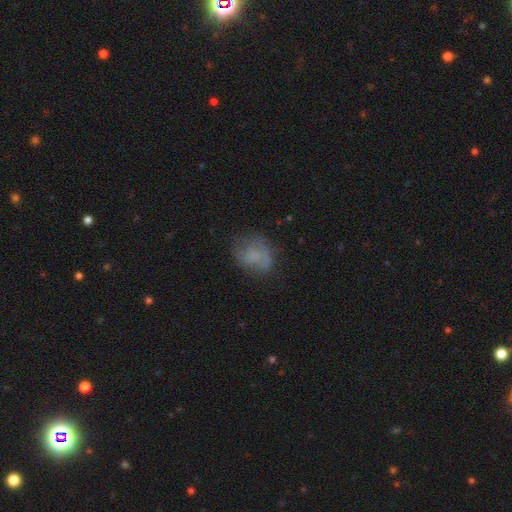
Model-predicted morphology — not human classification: smooth 60%, featured or disk 28%, star or artifact 12%. Down the decision tree: how rounded — in between (50%); merging — none (55%).